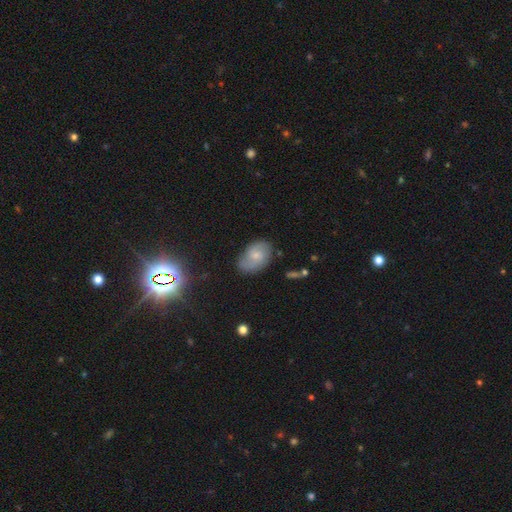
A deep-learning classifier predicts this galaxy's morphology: Q: Smooth or featured?
A: smooth (52%); runner-up: featured or disk (40%)
Q: How rounded?
A: in between (85%); runner-up: round (14%)
Q: Merging?
A: none (65%); runner-up: minor disturbance (25%)